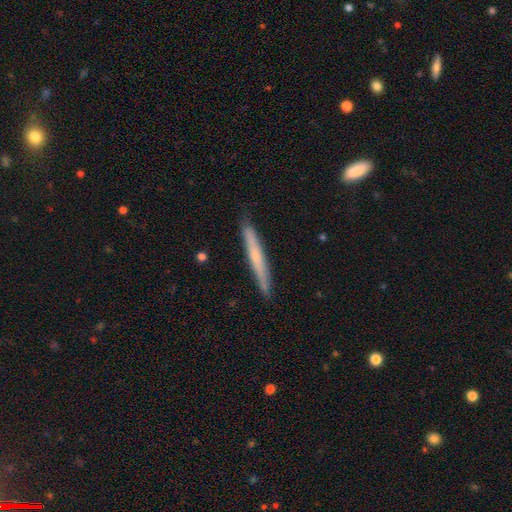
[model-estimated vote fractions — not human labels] A smooth galaxy with no disk features (52%) that is cigar-shaped (97%).

Vote fractions:
- Smooth or featured? smooth: 52% / featured or disk: 42% / star or artifact: 6%
- How rounded? cigar-shaped: 97% / in between: 2% / round: 1%
- Merging? none: 88% / minor disturbance: 9% / major disturbance: 1% / merger: 1%